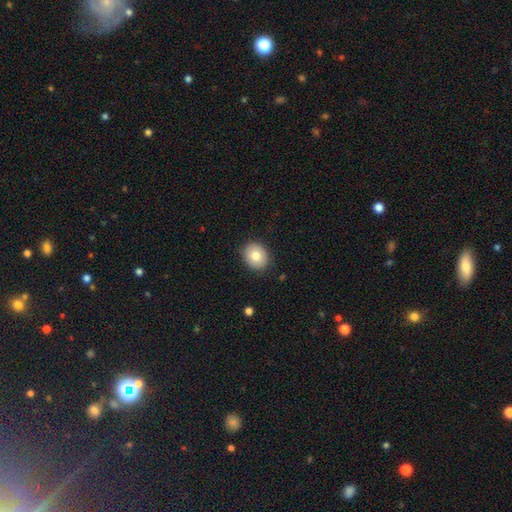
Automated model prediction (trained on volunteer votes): This is likely a smooth galaxy (79%). How rounded: likely round (66%). Merging: clearly none (88%).